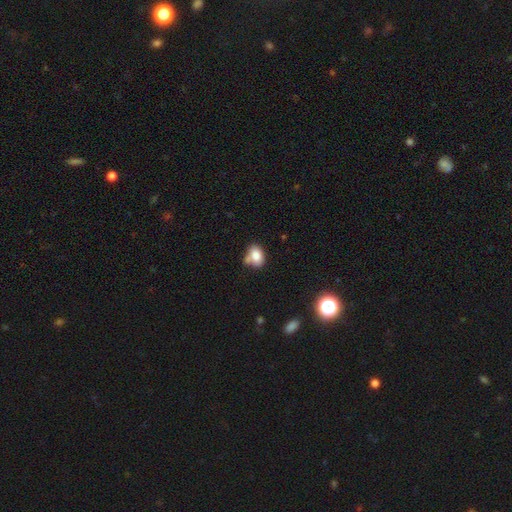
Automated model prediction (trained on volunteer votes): The model was most divided on "merging": none: 47%, merger: 24%, minor disturbance: 22%, major disturbance: 6%. More confident: smooth or featured — smooth (82%); how rounded — in between (72%).